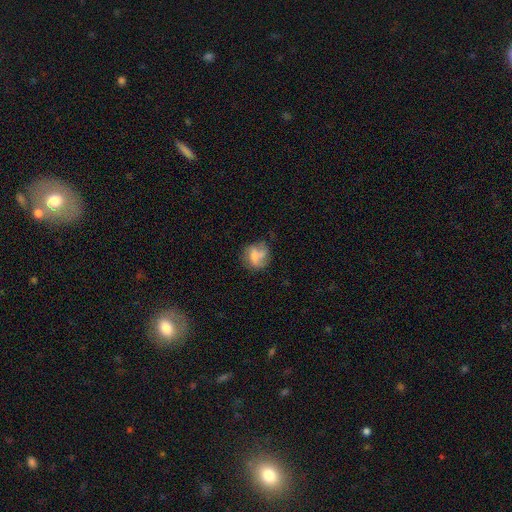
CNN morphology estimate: type=smooth (55%); roundness=round (66%); merging=none (48%).